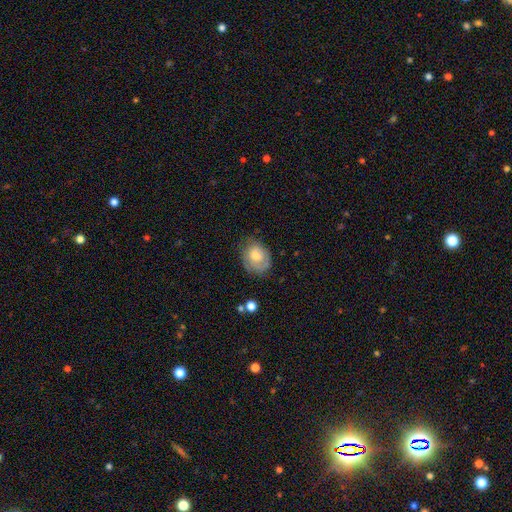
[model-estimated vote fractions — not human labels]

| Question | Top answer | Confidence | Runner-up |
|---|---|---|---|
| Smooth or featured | smooth | 61% | featured or disk (31%) |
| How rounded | in between | 63% | round (36%) |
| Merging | none | 61% | minor disturbance (27%) |